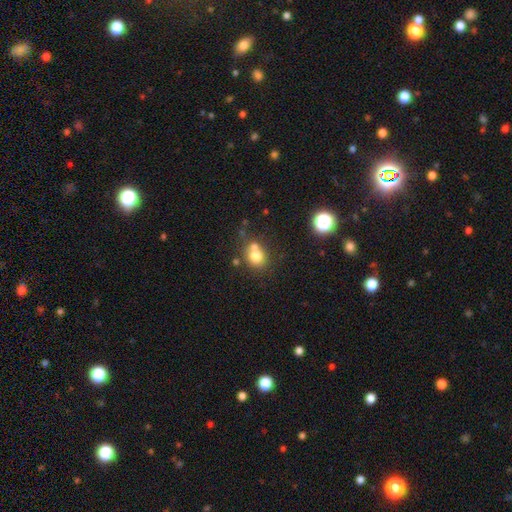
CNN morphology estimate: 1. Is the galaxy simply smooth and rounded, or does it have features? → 74% smooth, 13% featured or disk, 13% star or artifact.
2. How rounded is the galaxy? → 71% round, 28% in between, 1% cigar-shaped.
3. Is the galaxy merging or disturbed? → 48% none, 35% merger, 12% minor disturbance, 5% major disturbance.